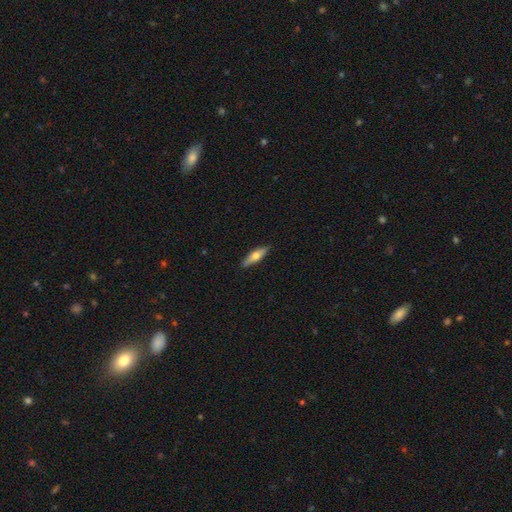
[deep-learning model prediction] smooth_or_featured: smooth (p=0.54) [alt: featured or disk p=0.41]
how_rounded: cigar-shaped (p=0.64) [alt: in between p=0.33]
merging: none (p=0.89) [alt: minor disturbance p=0.09]